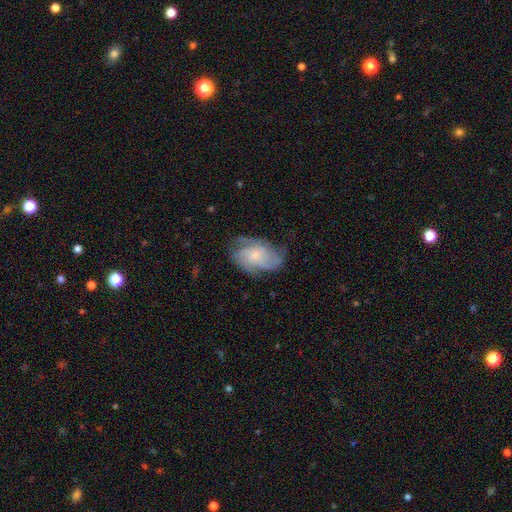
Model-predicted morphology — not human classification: Smooth or featured? featured or disk (70%)
Edge-on disk? no (97%)
Bar? no (78%)
Spiral arms? yes (89%)
Spiral winding? tight (41%)
Spiral arm count? can't tell (35%)
Bulge size? small (71%)
Merging? none (60%)